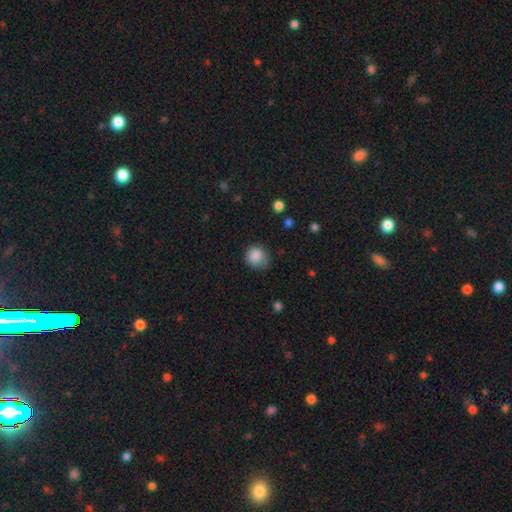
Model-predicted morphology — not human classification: This appears to be a smooth galaxy with no disk features (86%) that is round (82%). Merging: none (68%).